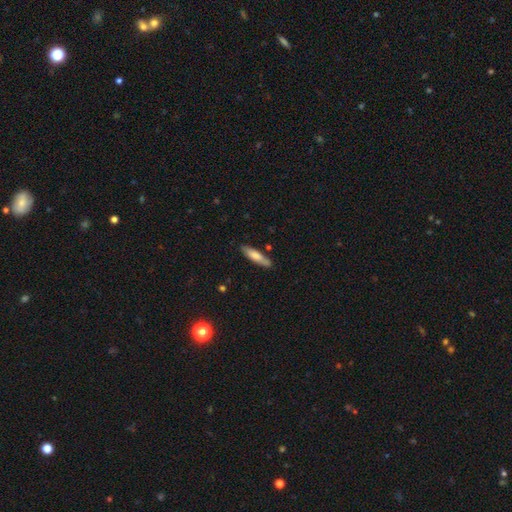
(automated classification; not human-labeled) Smooth or featured: smooth — 74% (featured or disk — 20%)
How rounded: cigar-shaped — 76% (in between — 23%)
Merging: none — 81% (minor disturbance — 14%)